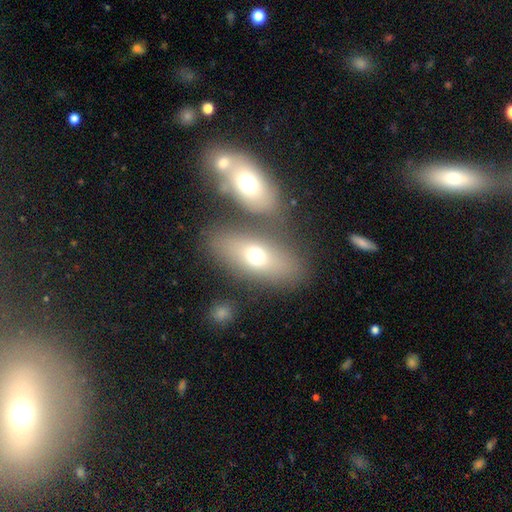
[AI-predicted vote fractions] Smooth or featured? smooth (67%)
How rounded? in between (81%)
Merging? none (58%)